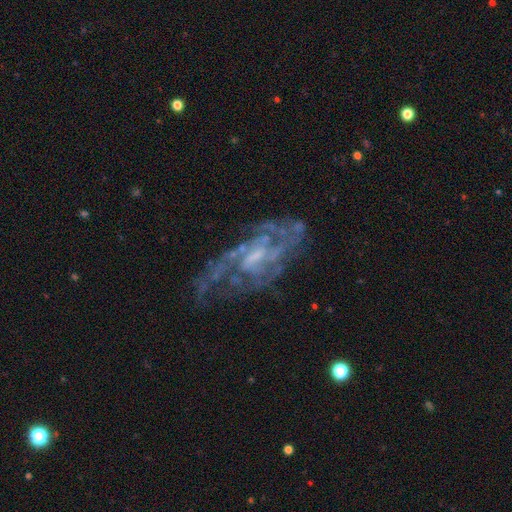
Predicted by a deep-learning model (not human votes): smooth-or-featured: featured or disk: 83% | star or artifact: 9% | smooth: 8%
  disk-edge-on: no: 93% | yes: 7%
    bar: weak: 47% | no: 40% | strong: 13%
    has-spiral-arms: yes: 86% | no: 14%
      spiral-winding: medium: 43% | tight: 39% | loose: 18%
      spiral-arm-count: can't tell: 43% | 2: 21% | 3: 15% | 4: 9% | 1: 6% | more than 4: 5%
    bulge-size: small: 45% | moderate: 29% | none: 22% | large: 3% | dominant: 1%
  merging: none: 56% | minor disturbance: 21% | major disturbance: 20% | merger: 3%